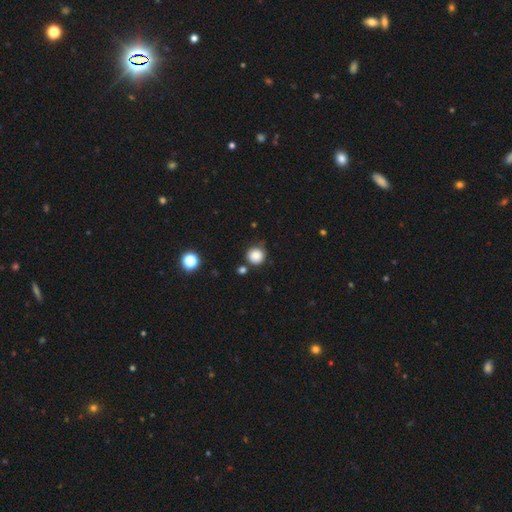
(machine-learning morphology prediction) Smooth or featured?
  - smooth: 85% *
  - star or artifact: 11%
  - featured or disk: 4%
How rounded?
  - round: 93% *
  - in between: 6%
  - cigar-shaped: 1%
Merging?
  - none: 77% *
  - minor disturbance: 15%
  - merger: 5%
  - major disturbance: 4%